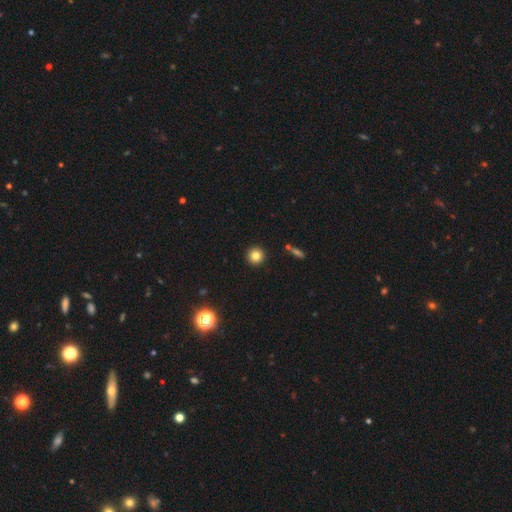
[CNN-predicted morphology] smooth-or-featured: smooth: 82% | star or artifact: 11% | featured or disk: 6%
  how-rounded: round: 95% | in between: 4% | cigar-shaped: 1%
  merging: none: 91% | minor disturbance: 5% | merger: 2% | major disturbance: 2%